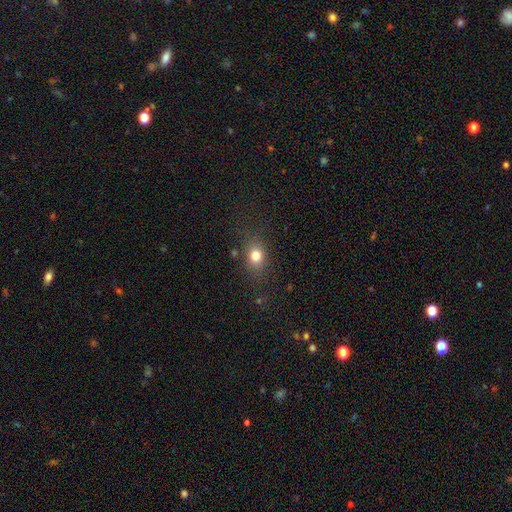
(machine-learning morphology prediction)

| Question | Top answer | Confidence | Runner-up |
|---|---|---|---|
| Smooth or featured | smooth | 79% | star or artifact (12%) |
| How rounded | in between | 57% | round (41%) |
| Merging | none | 78% | minor disturbance (14%) |